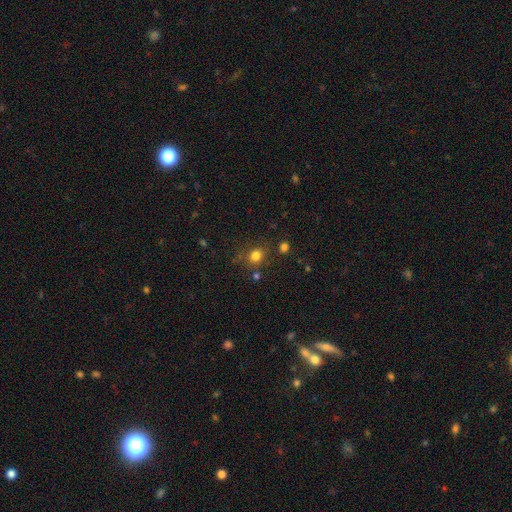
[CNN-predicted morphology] A smooth galaxy with no disk features (78%) that is round (77%).

Vote fractions:
- Smooth or featured? smooth: 78% / star or artifact: 15% / featured or disk: 6%
- How rounded? round: 77% / in between: 22% / cigar-shaped: 1%
- Merging? none: 77% / minor disturbance: 12% / merger: 6% / major disturbance: 5%